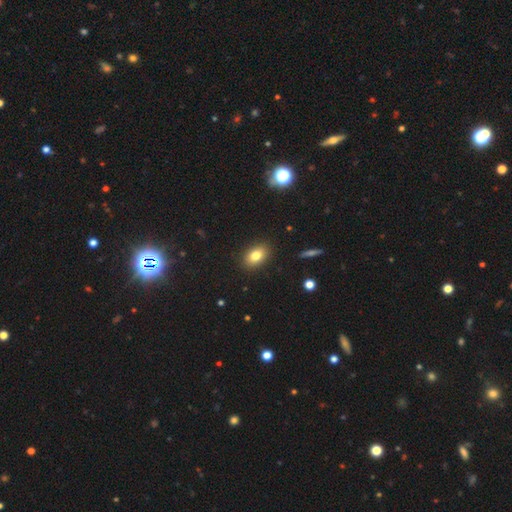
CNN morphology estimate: Smooth or featured? smooth (81%)
How rounded? in between (83%)
Merging? none (89%)